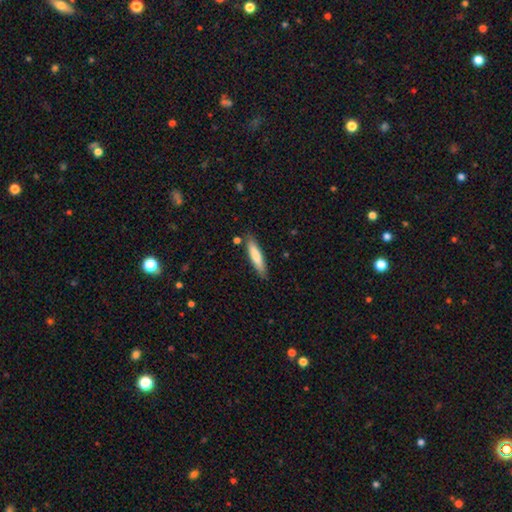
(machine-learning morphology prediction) The model was most divided on "smooth or featured": smooth: 77%, featured or disk: 18%, star or artifact: 5%. More confident: merging — none (85%); how rounded — cigar-shaped (82%).